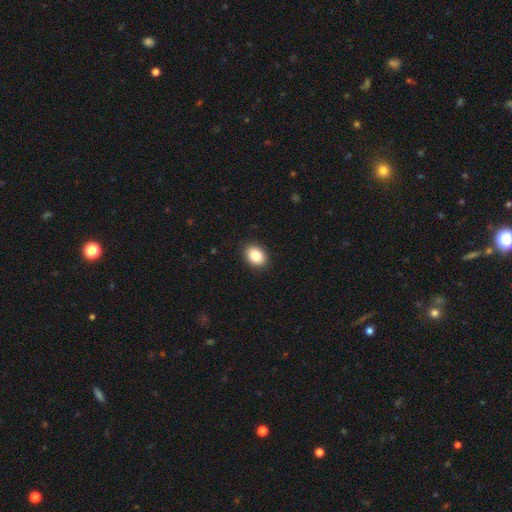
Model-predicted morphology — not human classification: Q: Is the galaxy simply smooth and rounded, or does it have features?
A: smooth — 85%.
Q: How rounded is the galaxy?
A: in between — 67%.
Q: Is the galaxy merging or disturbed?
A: none — 90%.